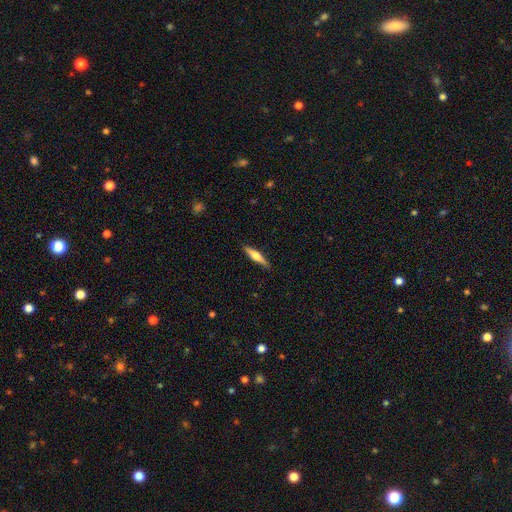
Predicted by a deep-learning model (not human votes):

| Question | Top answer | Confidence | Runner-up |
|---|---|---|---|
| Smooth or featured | featured or disk | 50% | smooth (44%) |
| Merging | none | 89% | minor disturbance (8%) |